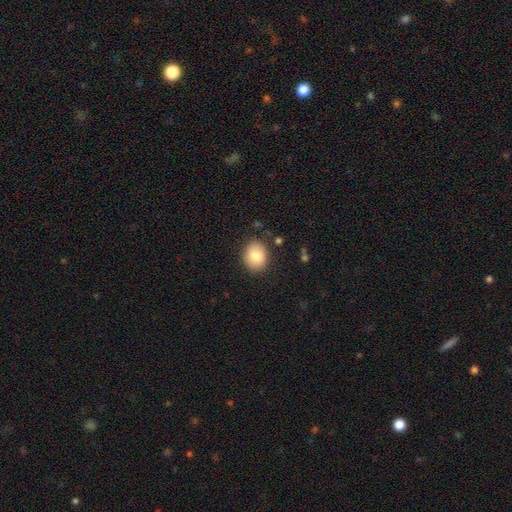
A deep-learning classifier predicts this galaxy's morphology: This appears to be a smooth galaxy with no disk features (82%) that is round (52%). Merging: none (86%).